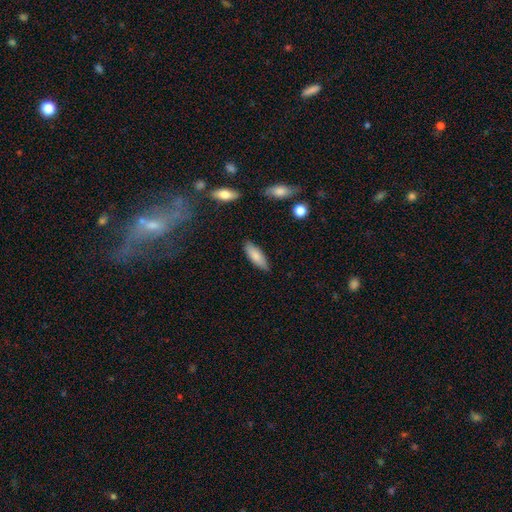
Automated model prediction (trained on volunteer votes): The model was most divided on "how rounded": in between: 63%, cigar-shaped: 35%, round: 2%. More confident: merging — none (85%); smooth or featured — smooth (83%).